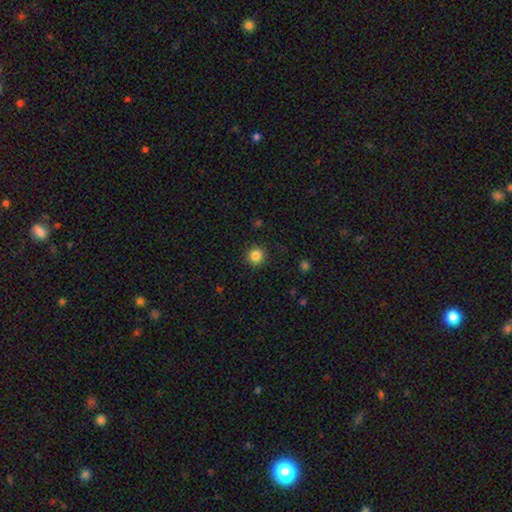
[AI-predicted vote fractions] The model was most divided on "smooth or featured": smooth: 85%, star or artifact: 11%, featured or disk: 4%. More confident: how rounded — round (94%); merging — none (91%).